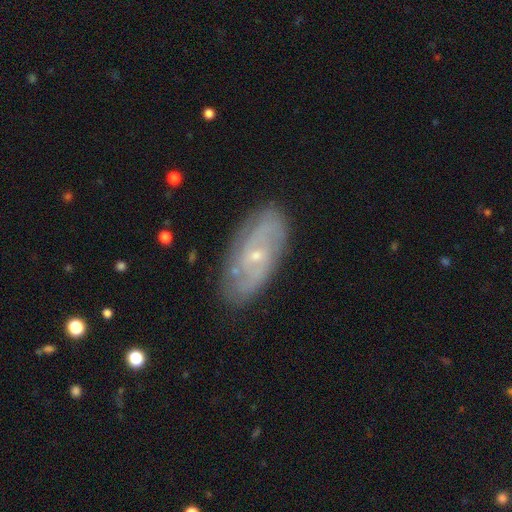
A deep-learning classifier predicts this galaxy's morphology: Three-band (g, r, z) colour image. It shows a featured or disk galaxy (77%) with no bar (58%), 2 (46%) tight (46%) spiral arms (87%) and a small central bulge (79%). Merging: none (82%).